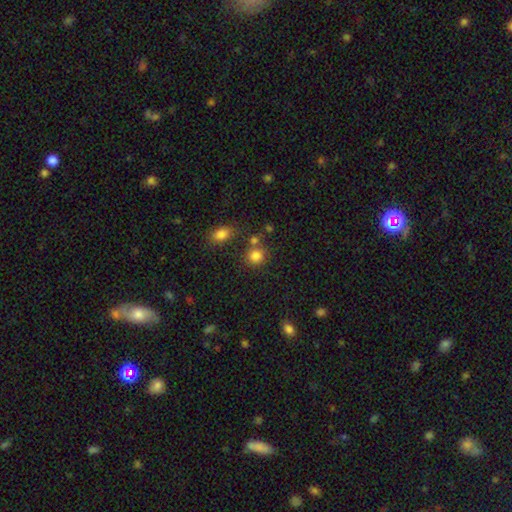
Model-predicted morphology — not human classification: Smooth or featured? smooth (82%)
How rounded? round (85%)
Merging? none (70%)